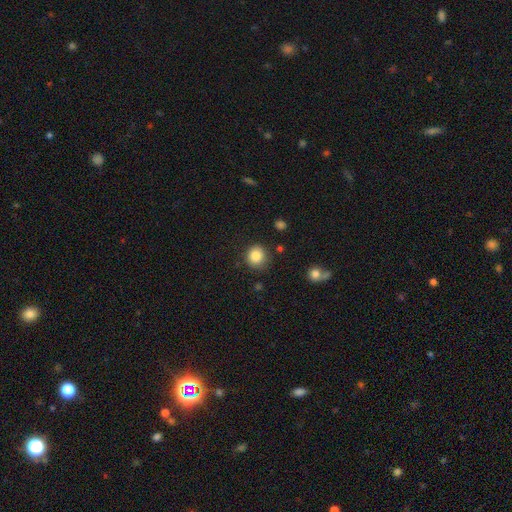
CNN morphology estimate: smooth_or_featured: smooth (p=0.86) [alt: star or artifact p=0.10]
how_rounded: round (p=0.87) [alt: in between p=0.12]
merging: none (p=0.82) [alt: minor disturbance p=0.12]